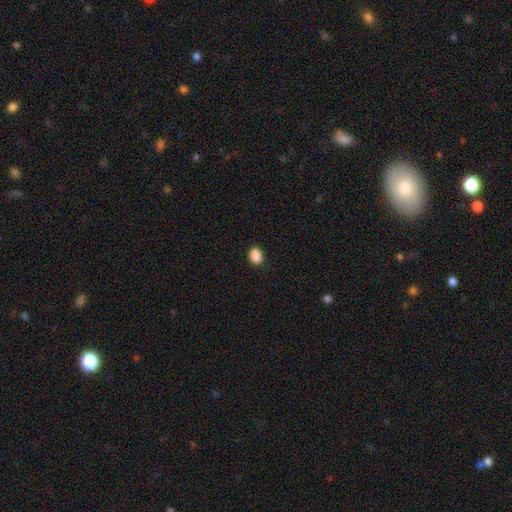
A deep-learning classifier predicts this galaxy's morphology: smooth-or-featured: smooth: 89% | star or artifact: 9% | featured or disk: 2%
  how-rounded: in between: 76% | round: 23% | cigar-shaped: 1%
  merging: none: 87% | minor disturbance: 10% | major disturbance: 2% | merger: 1%